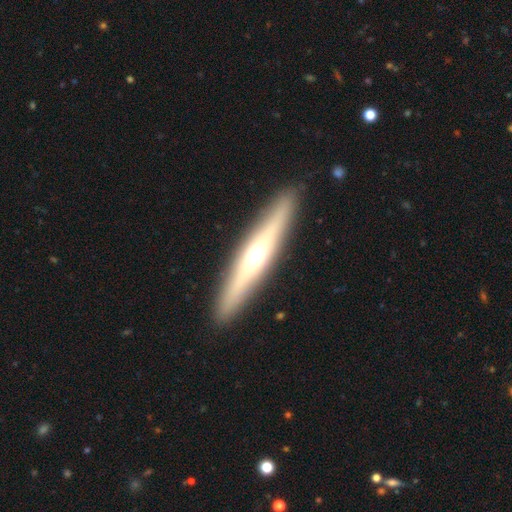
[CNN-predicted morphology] This is likely a featured or disk galaxy (62%). It is clearly viewed edge-on (93%). Edge-on bulge: clearly rounded (89%). Merging: clearly none (92%).